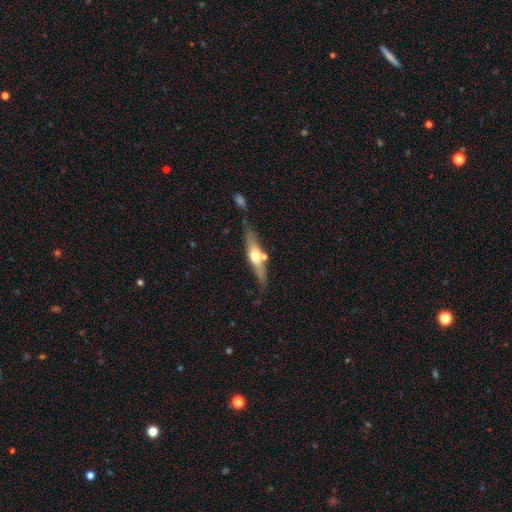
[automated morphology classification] Smooth or featured? Predicted: featured or disk (p=0.52). Edge-on disk? Predicted: yes (p=0.84). Merging? Predicted: none (p=0.67).